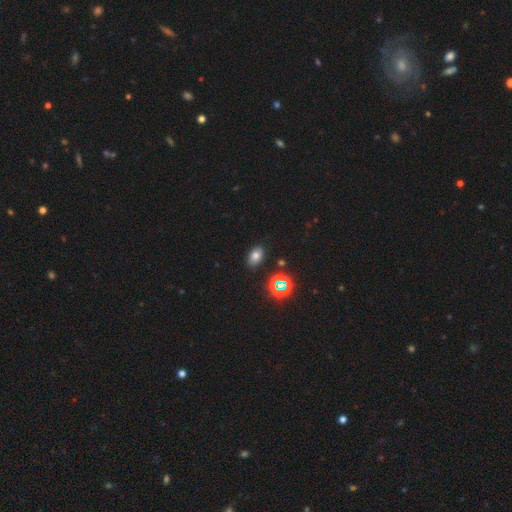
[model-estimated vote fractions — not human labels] Smooth or featured?
  - smooth: 71% *
  - star or artifact: 20%
  - featured or disk: 10%
How rounded?
  - in between: 84% *
  - round: 15%
  - cigar-shaped: 2%
Merging?
  - none: 86% *
  - minor disturbance: 10%
  - major disturbance: 3%
  - merger: 2%